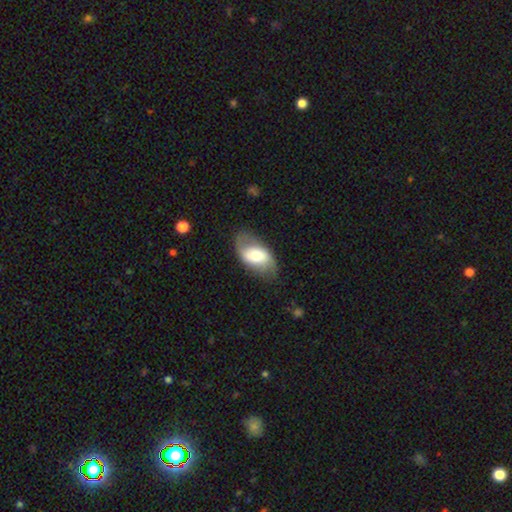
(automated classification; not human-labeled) Q: Smooth or featured?
A: smooth (50%); runner-up: featured or disk (43%)
Q: How rounded?
A: in between (91%); runner-up: round (6%)
Q: Merging?
A: none (68%); runner-up: minor disturbance (21%)